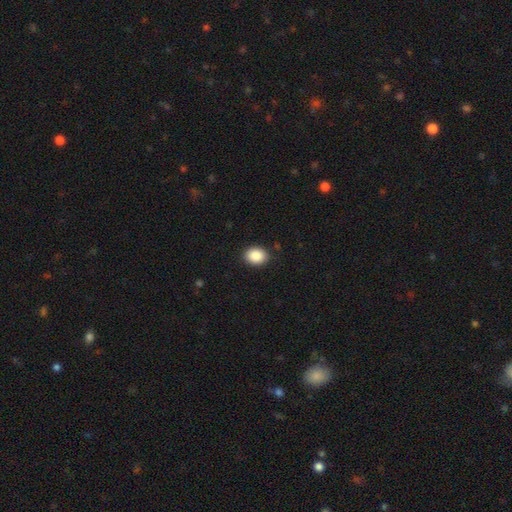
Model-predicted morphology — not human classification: A smooth galaxy with no disk features (88%) that is in between round and cigar-shaped (57%). Merging: none (89%).